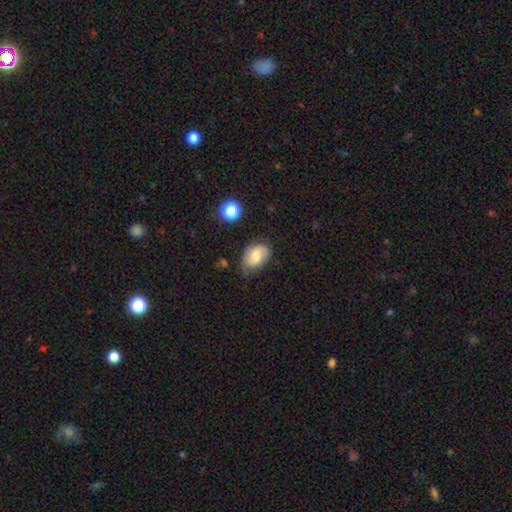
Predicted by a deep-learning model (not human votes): This is likely a smooth galaxy (68%). How rounded: clearly in between (83%). Merging: likely none (65%).